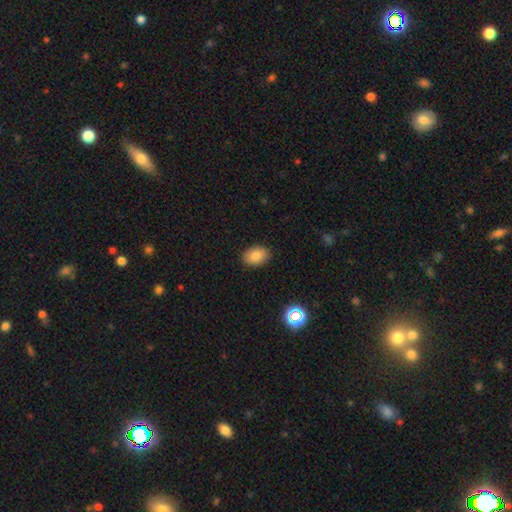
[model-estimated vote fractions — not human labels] smooth-or-featured: smooth: 84% | star or artifact: 9% | featured or disk: 7%
  how-rounded: in between: 83% | round: 16% | cigar-shaped: 1%
  merging: none: 89% | minor disturbance: 8% | major disturbance: 2% | merger: 1%